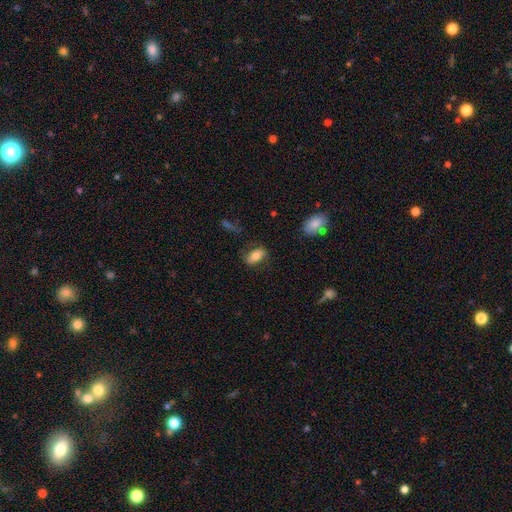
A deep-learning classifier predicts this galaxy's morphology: Q: Smooth or featured?
A: smooth (73%); runner-up: featured or disk (19%)
Q: How rounded?
A: in between (86%); runner-up: cigar-shaped (8%)
Q: Merging?
A: none (74%); runner-up: minor disturbance (18%)